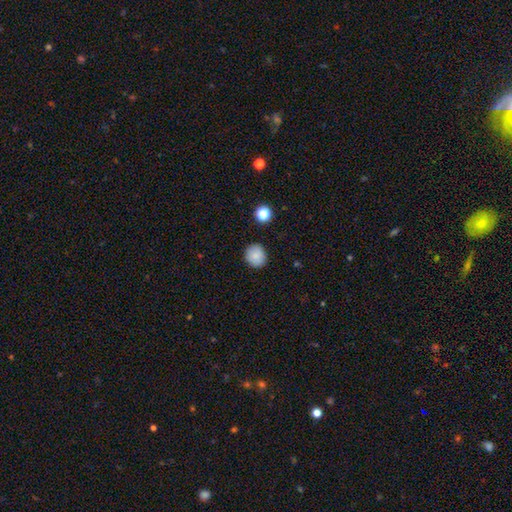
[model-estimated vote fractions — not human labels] Overall: smooth (85%). How rounded: round (84%). Merging: none (88%).